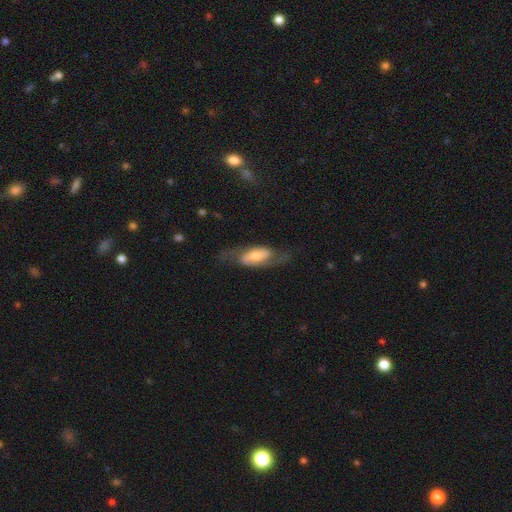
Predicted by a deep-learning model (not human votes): This appears to be a featured or disk galaxy (64%) with a weak bar (35%, tied with no), spiral arms (84%) and a moderate central bulge (46%). Merging: none (66%).